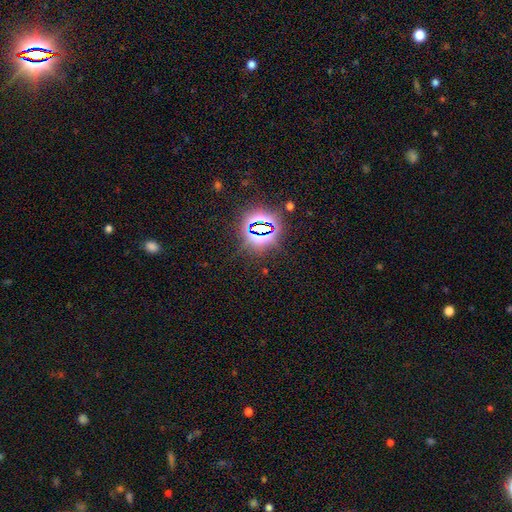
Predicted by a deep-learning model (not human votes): A star or artifact, not a galaxy (82%).

Vote fractions:
- Smooth or featured? star or artifact: 82% / smooth: 11% / featured or disk: 7%